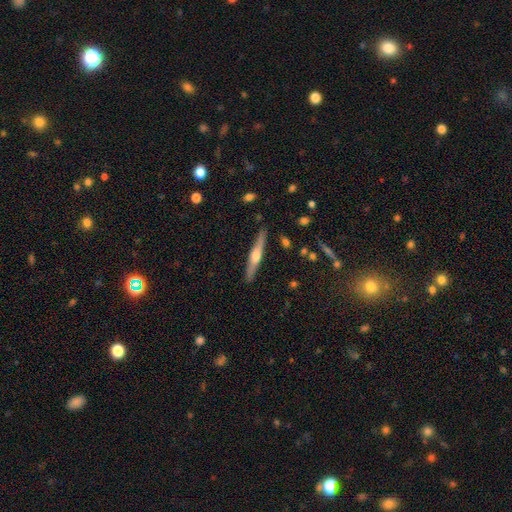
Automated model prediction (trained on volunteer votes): Smooth or featured? featured or disk (59%)
Edge-on disk? yes (96%)
Edge-on bulge? rounded (84%)
Merging? none (88%)